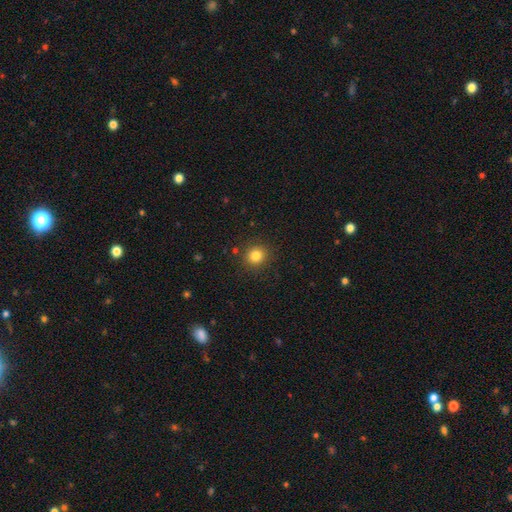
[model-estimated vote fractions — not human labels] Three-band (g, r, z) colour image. It shows a smooth galaxy with no disk features (82%) that is round (91%). Merging: none (89%).